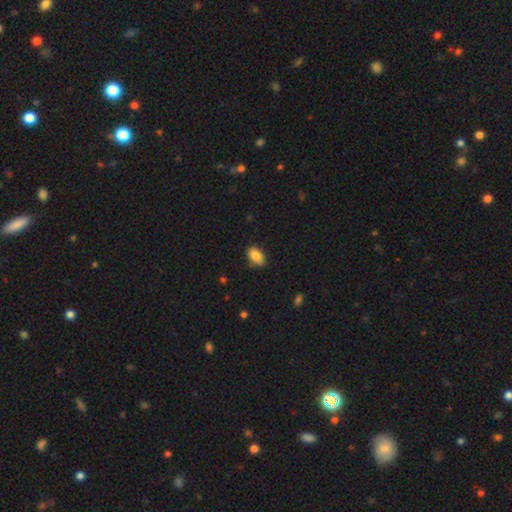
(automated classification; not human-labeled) smooth-or-featured: smooth: 86% | star or artifact: 8% | featured or disk: 6%
  how-rounded: in between: 92% | round: 7% | cigar-shaped: 2%
  merging: none: 79% | minor disturbance: 17% | major disturbance: 3% | merger: 1%